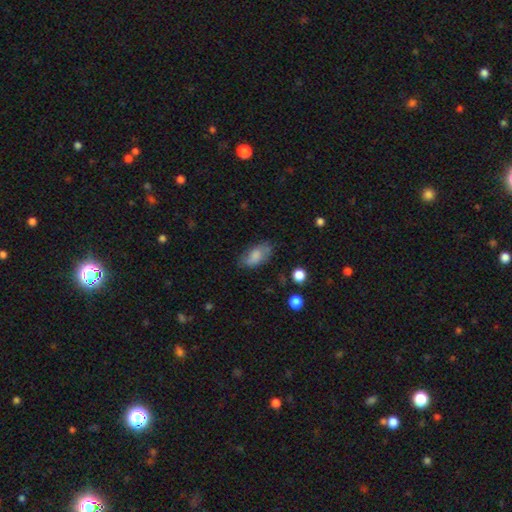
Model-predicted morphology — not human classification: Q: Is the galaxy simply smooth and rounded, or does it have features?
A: smooth — 72%.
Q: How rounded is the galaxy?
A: in between — 91%.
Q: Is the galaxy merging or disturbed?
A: none — 67%.